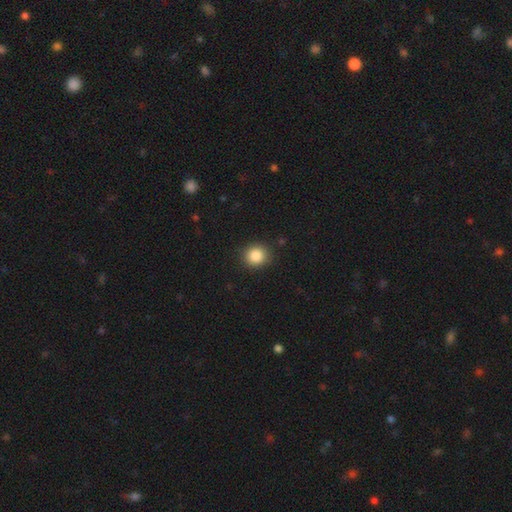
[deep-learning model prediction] Q: Smooth or featured?
A: smooth (86%); runner-up: star or artifact (10%)
Q: How rounded?
A: round (85%); runner-up: in between (14%)
Q: Merging?
A: none (88%); runner-up: minor disturbance (8%)